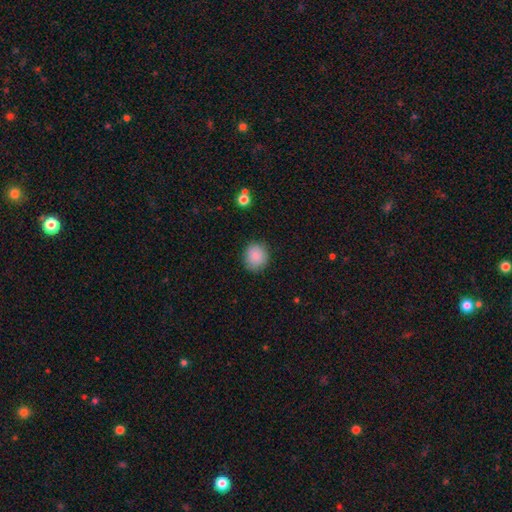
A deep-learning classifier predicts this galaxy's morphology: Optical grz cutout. It shows a smooth galaxy with no disk features (87%) that is round (82%). Merging: none (86%).